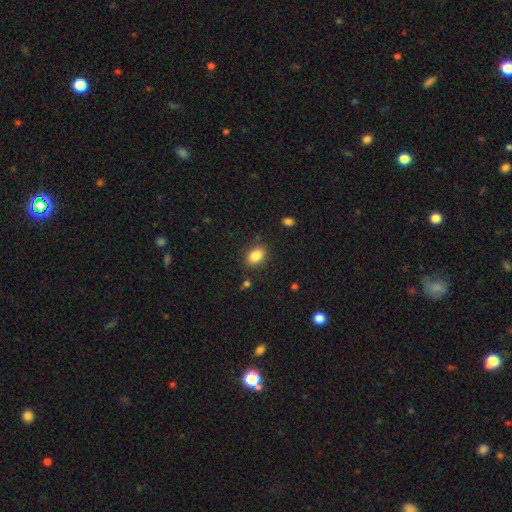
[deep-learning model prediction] Morphology: type=smooth (86%); roundness=in between (81%); merging=none (85%).